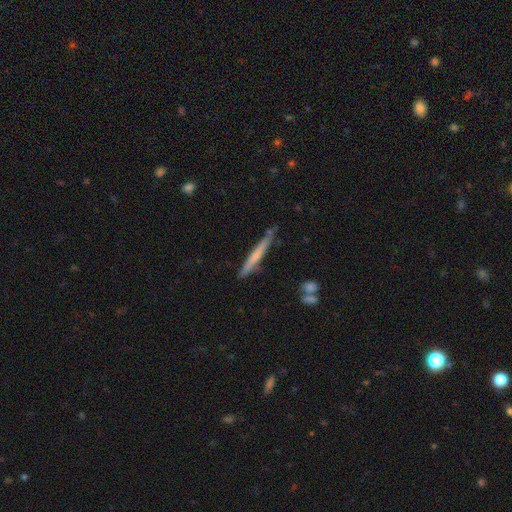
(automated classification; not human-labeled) The model was most divided on "smooth or featured": smooth: 54%, featured or disk: 41%, star or artifact: 6%. More confident: how rounded — cigar-shaped (96%); merging — none (80%).